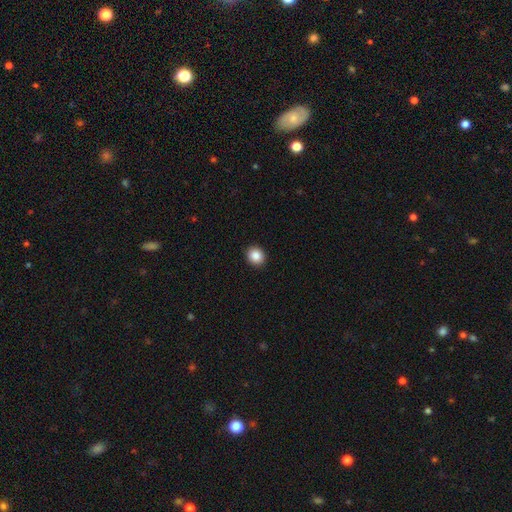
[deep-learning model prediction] Smooth or featured?
  - smooth: 88% *
  - star or artifact: 9%
  - featured or disk: 4%
How rounded?
  - round: 72% *
  - in between: 27%
  - cigar-shaped: 1%
Merging?
  - none: 92% *
  - minor disturbance: 6%
  - major disturbance: 2%
  - merger: 1%